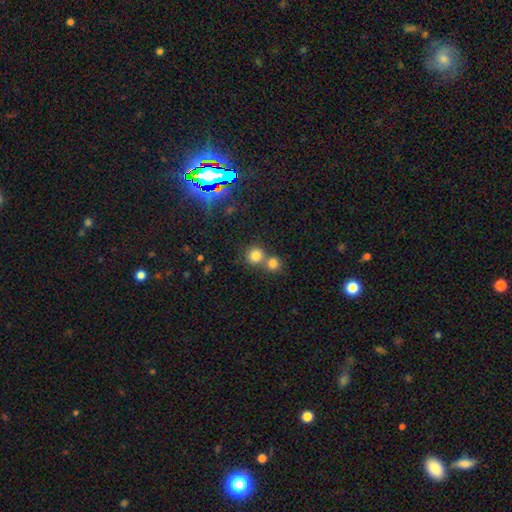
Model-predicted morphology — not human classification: Smooth or featured: smooth — 78% (star or artifact — 15%)
How rounded: round — 88% (in between — 11%)
Merging: none — 51% (merger — 40%)